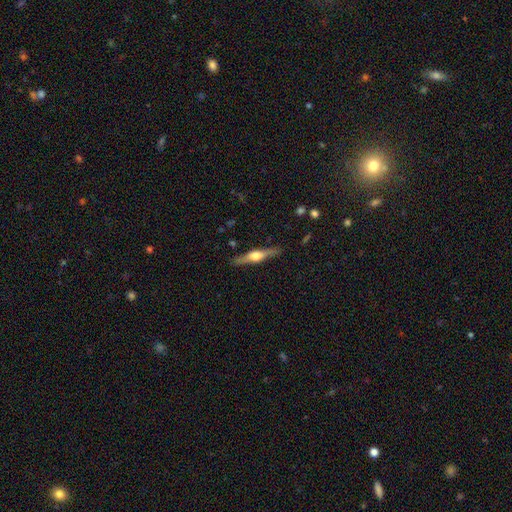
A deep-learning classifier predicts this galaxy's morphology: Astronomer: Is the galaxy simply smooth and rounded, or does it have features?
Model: featured or disk — 70%.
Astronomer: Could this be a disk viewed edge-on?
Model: yes — 97%.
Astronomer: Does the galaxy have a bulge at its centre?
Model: rounded — 91%.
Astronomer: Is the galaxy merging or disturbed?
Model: none — 88%.